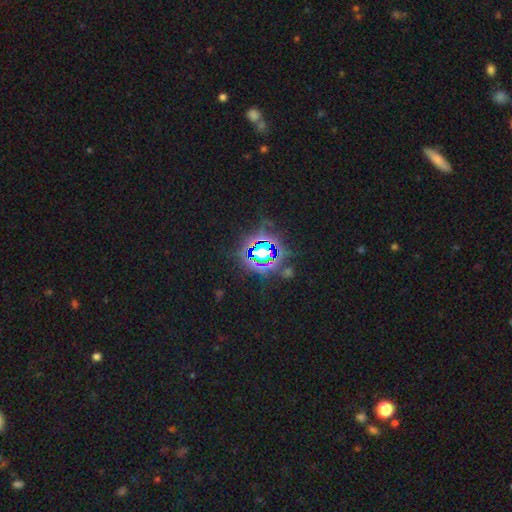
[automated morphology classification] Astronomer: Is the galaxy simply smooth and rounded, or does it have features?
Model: star or artifact — 78%.